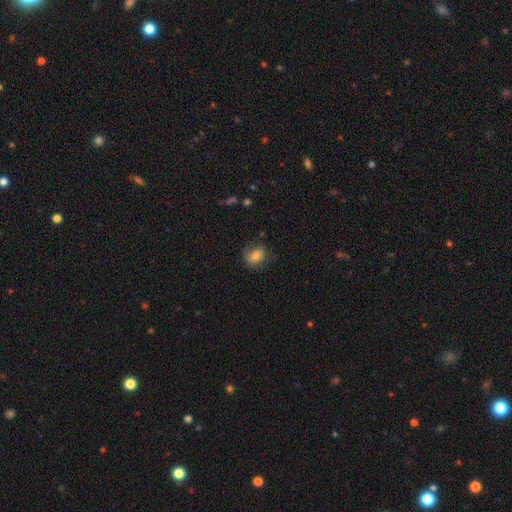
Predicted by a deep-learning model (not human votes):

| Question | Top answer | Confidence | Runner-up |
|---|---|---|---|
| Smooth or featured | smooth | 75% | featured or disk (15%) |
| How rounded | in between | 51% | round (48%) |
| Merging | none | 66% | minor disturbance (24%) |